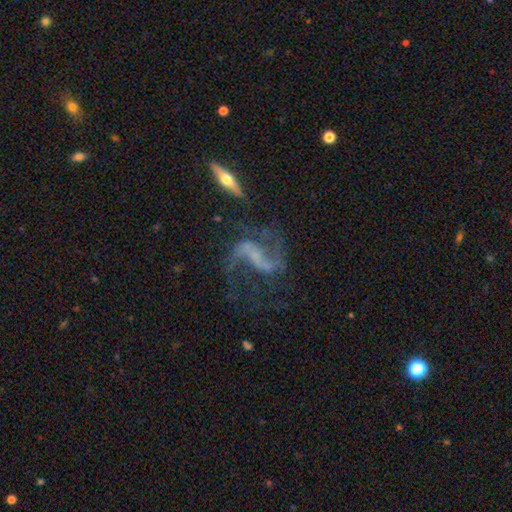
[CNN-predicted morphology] smooth_or_featured: featured or disk (p=0.85) [alt: star or artifact p=0.08]
disk_edge_on: no (p=0.95) [alt: yes p=0.05]
bar: weak (p=0.36) [alt: no p=0.34]
has_spiral_arms: yes (p=0.93) [alt: no p=0.07]
spiral_winding: loose (p=0.68) [alt: medium p=0.26]
spiral_arm_count: 2 (p=0.89) [alt: can't tell p=0.03]
bulge_size: none (p=0.56) [alt: small p=0.30]
merging: none (p=0.57) [alt: major disturbance p=0.21]